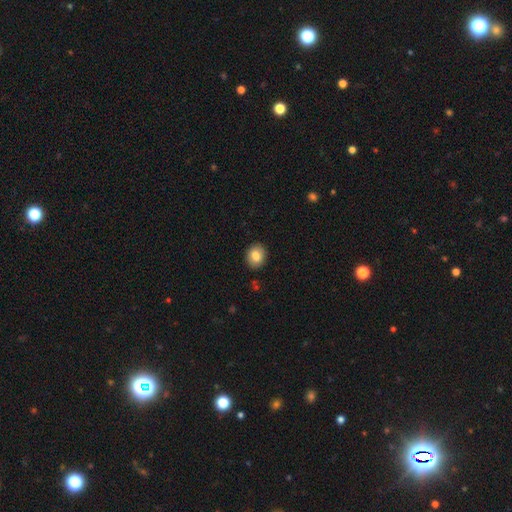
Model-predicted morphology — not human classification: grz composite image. It shows a smooth galaxy with no disk features (84%) that is round (58%). Merging: none (89%).